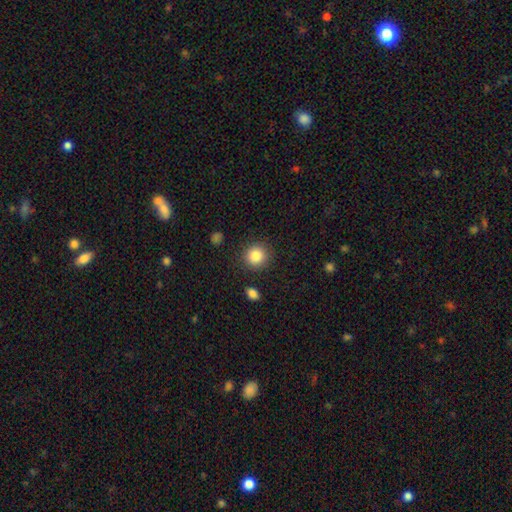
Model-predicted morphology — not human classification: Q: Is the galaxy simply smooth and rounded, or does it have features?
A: smooth — 85%.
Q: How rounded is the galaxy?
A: round — 89%.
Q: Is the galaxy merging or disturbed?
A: none — 88%.